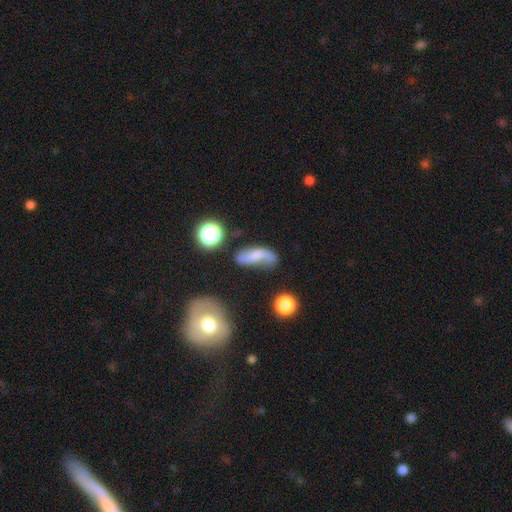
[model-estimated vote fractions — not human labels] smooth_or_featured: featured or disk (p=0.51) [alt: smooth p=0.37]
disk_edge_on: no (p=0.91) [alt: yes p=0.09]
merging: none (p=0.46) [alt: minor disturbance p=0.25]